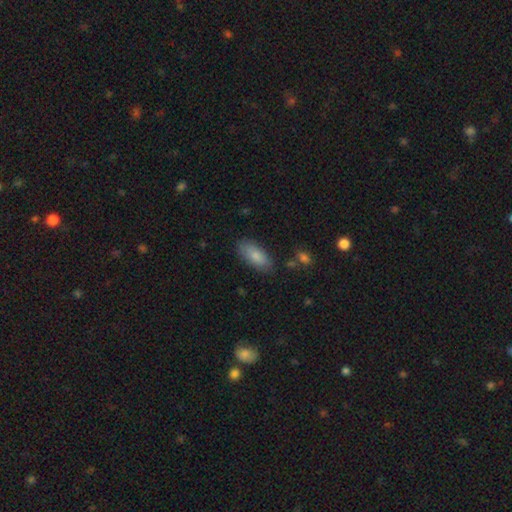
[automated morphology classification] The model was most divided on "merging": none: 81%, minor disturbance: 14%, major disturbance: 3%, merger: 2%. More confident: how rounded — in between (87%); smooth or featured — smooth (83%).